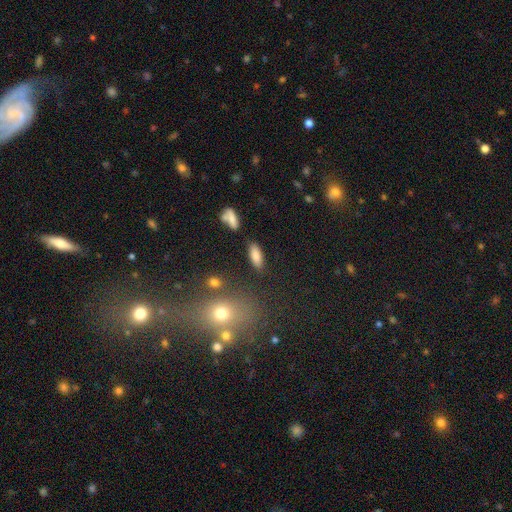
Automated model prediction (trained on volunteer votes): Smooth or featured? smooth (82%)
How rounded? in between (73%)
Merging? none (83%)